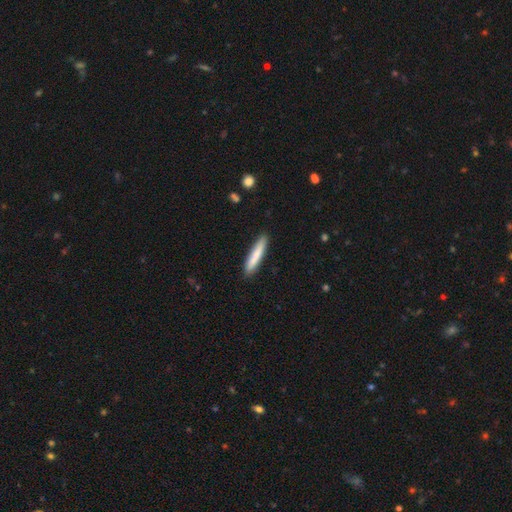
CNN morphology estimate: This is likely a smooth galaxy (79%). How rounded: clearly cigar-shaped (91%). Merging: clearly none (89%).